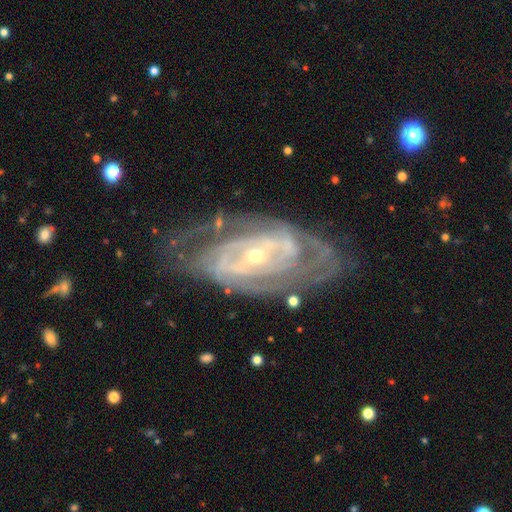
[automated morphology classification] Q: Smooth or featured?
A: featured or disk (89%); runner-up: smooth (6%)
Q: Edge-on disk?
A: no (94%); runner-up: yes (6%)
Q: Bar?
A: no (36%); runner-up: weak (34%)
Q: Spiral arms?
A: yes (93%); runner-up: no (7%)
Q: Spiral winding?
A: tight (67%); runner-up: medium (26%)
Q: Spiral arm count?
A: can't tell (34%); runner-up: 2 (30%)
Q: Bulge size?
A: small (67%); runner-up: moderate (30%)
Q: Merging?
A: none (67%); runner-up: minor disturbance (19%)